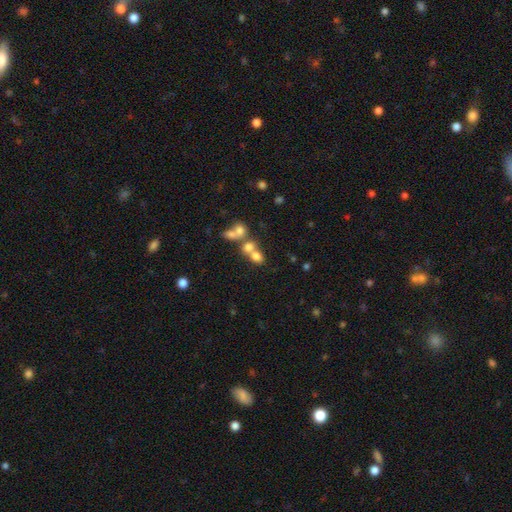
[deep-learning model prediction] The model was most divided on "how rounded" (2-way tie): round: 49%, in between: 49%, cigar-shaped: 2%. More confident: smooth or featured — smooth (67%); merging — merger (57%).